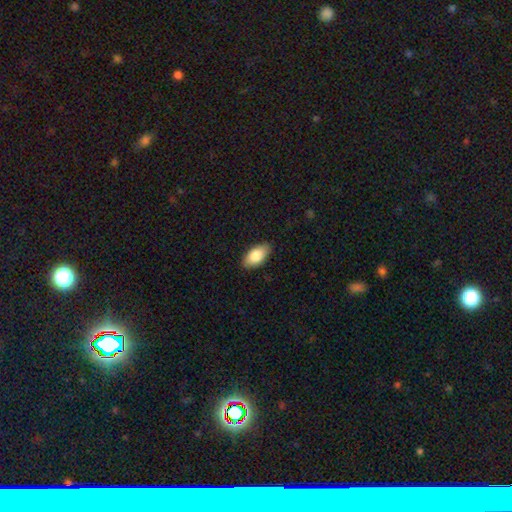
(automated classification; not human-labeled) smooth 83%, featured or disk 11%, star or artifact 6%. Down the decision tree: how rounded — in between (93%); merging — none (88%).